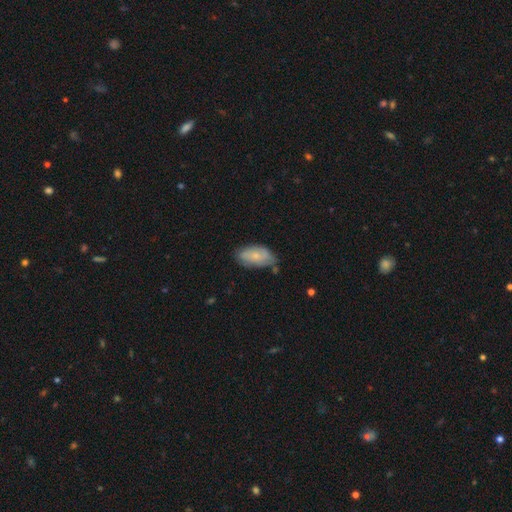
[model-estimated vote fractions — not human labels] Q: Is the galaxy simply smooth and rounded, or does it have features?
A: smooth — 66%.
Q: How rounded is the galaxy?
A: in between — 93%.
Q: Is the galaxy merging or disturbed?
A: none — 56%.